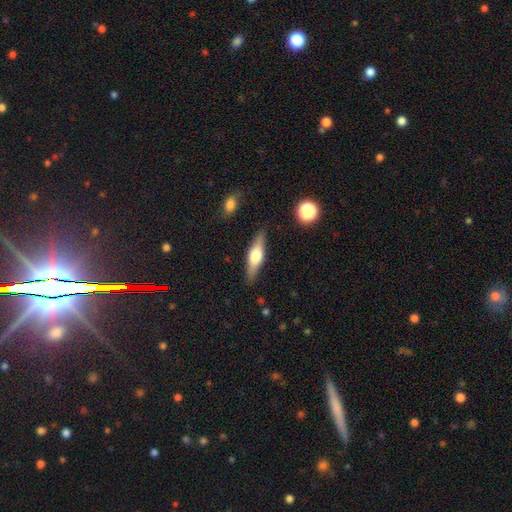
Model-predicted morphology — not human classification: Smooth or featured? featured or disk (51%)
Edge-on disk? yes (92%)
Merging? none (86%)